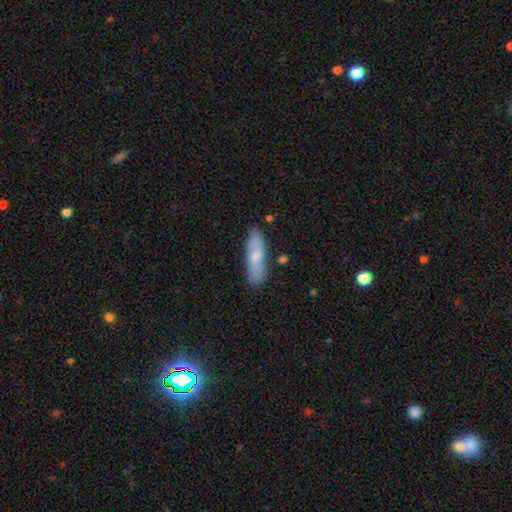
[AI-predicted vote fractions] Overall: smooth (67%). How rounded: cigar-shaped (57%; in between 41%). Merging: none (84%).